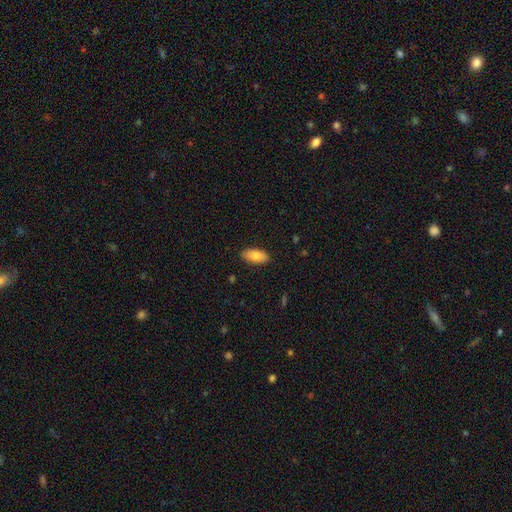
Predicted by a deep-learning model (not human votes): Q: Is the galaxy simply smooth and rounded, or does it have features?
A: smooth — 83%.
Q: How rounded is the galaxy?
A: in between — 86%.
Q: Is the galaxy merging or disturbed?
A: none — 88%.